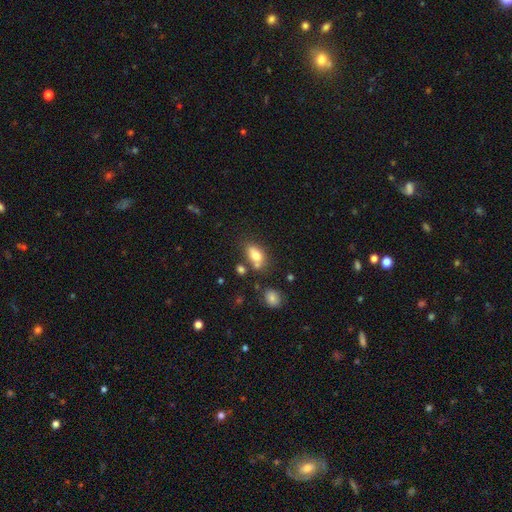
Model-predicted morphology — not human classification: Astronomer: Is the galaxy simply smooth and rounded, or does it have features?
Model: smooth — 74%.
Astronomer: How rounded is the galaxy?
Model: in between — 83%.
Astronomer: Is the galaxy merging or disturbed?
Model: none — 55%.